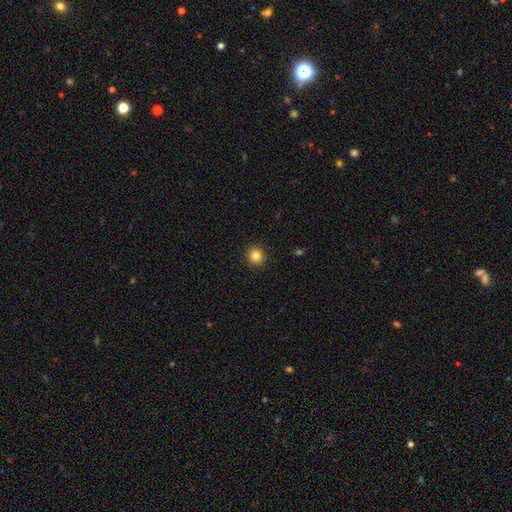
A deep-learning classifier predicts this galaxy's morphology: Smooth or featured?
  - smooth: 84% *
  - star or artifact: 11%
  - featured or disk: 6%
How rounded?
  - round: 93% *
  - in between: 6%
  - cigar-shaped: 1%
Merging?
  - none: 93% *
  - minor disturbance: 5%
  - major disturbance: 2%
  - merger: 1%